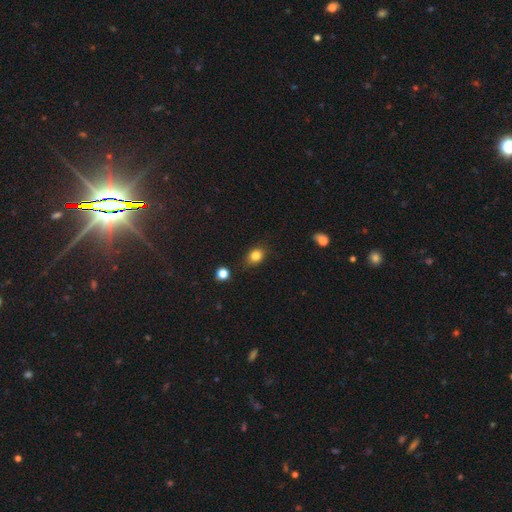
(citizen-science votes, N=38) Smooth or featured: smooth — 89% (star or artifact — 8%)
How rounded: in between — 65% (round — 35%)
Merging: none — 89% (minor disturbance — 9%)